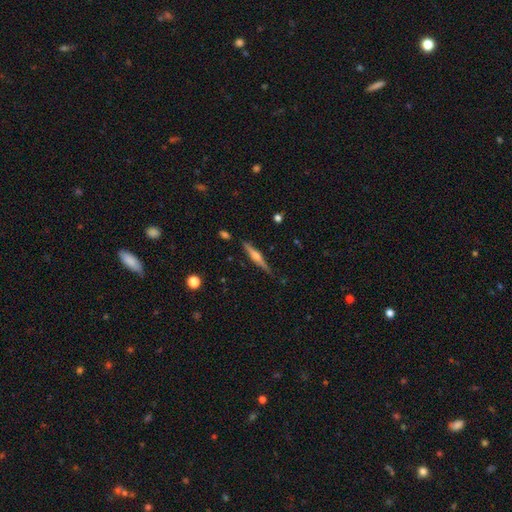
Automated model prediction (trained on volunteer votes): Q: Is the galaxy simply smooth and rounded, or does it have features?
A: featured or disk — 70%.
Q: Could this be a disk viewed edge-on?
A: yes — 98%.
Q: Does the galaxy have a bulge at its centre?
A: rounded — 85%.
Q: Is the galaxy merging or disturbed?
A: none — 85%.